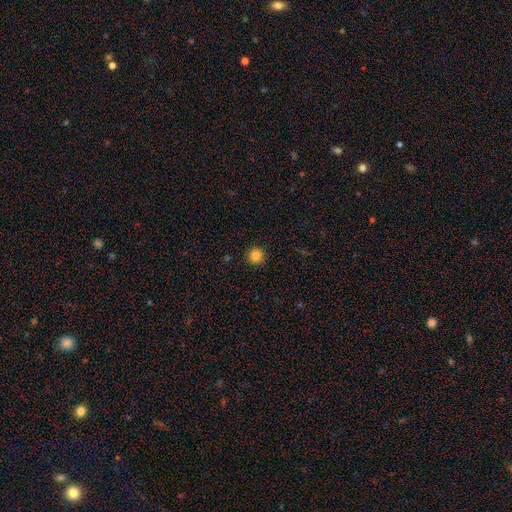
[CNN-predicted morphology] smooth-or-featured: smooth: 84% | star or artifact: 11% | featured or disk: 5%
  how-rounded: round: 94% | in between: 5% | cigar-shaped: 1%
  merging: none: 92% | minor disturbance: 5% | major disturbance: 2% | merger: 1%